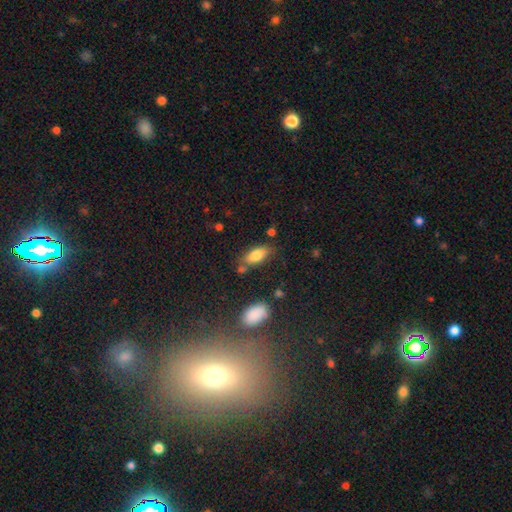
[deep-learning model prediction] A smooth galaxy with no disk features (78%) that is in between round and cigar-shaped (83%).

Vote fractions:
- Smooth or featured? smooth: 78% / featured or disk: 14% / star or artifact: 8%
- How rounded? in between: 83% / cigar-shaped: 14% / round: 3%
- Merging? none: 70% / minor disturbance: 18% / merger: 8% / major disturbance: 5%